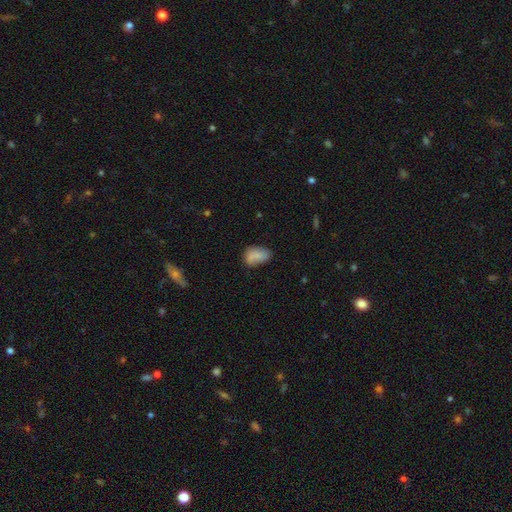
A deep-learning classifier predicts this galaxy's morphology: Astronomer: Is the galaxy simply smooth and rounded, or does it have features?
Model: smooth — 79%.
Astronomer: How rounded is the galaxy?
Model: in between — 88%.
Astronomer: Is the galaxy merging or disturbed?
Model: none — 51% (runner-up: minor disturbance, 32%).